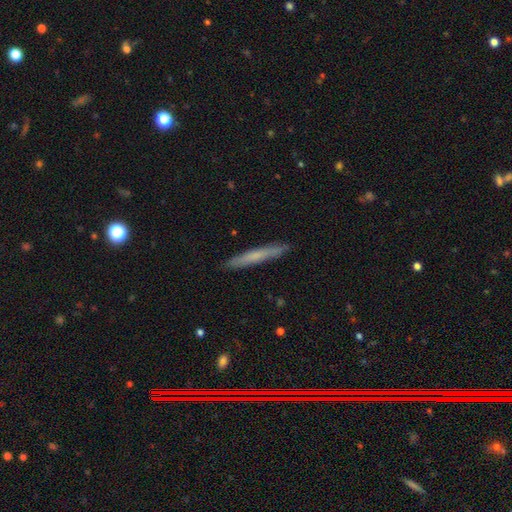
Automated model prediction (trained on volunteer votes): This is possibly a smooth galaxy (59%). How rounded: clearly cigar-shaped (96%). Merging: clearly none (91%).